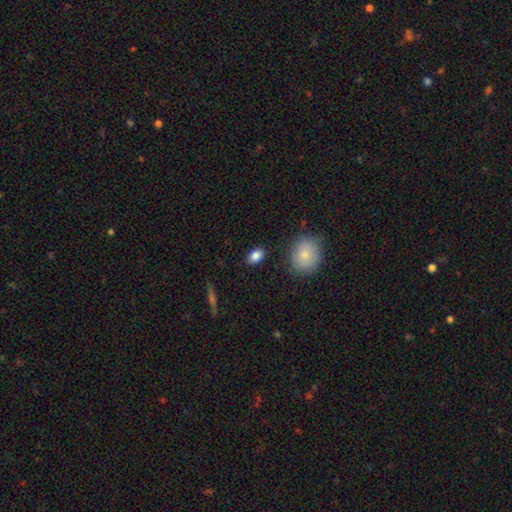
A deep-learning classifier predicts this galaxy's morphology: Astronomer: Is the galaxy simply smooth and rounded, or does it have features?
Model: smooth — 85%.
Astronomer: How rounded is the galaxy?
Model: in between — 81%.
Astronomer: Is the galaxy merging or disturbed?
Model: none — 86%.